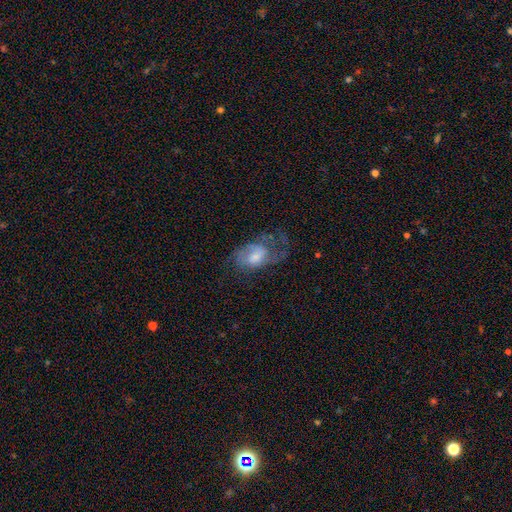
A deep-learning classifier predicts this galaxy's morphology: smooth-or-featured: featured or disk: 59% | smooth: 32% | star or artifact: 8%
  disk-edge-on: no: 96% | yes: 4%
    bar: no: 53% | weak: 40% | strong: 7%
    has-spiral-arms: yes: 76% | no: 24%
    bulge-size: moderate: 44% | small: 37% | large: 10% | none: 7% | dominant: 2%
  merging: major disturbance: 39% | none: 36% | minor disturbance: 22% | merger: 2%